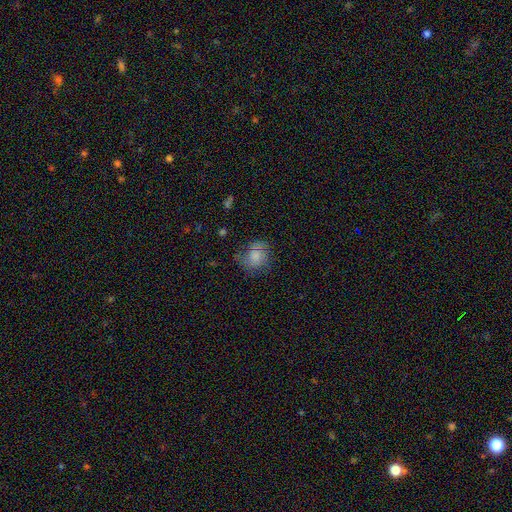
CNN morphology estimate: This appears to be a smooth galaxy with no disk features (57%) that is round (72%). Merging: none (55%).